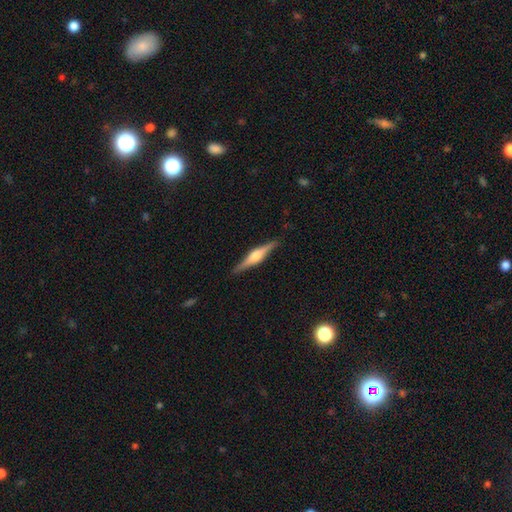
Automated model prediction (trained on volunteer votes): A featured or disk galaxy (75%) viewed edge-on (98%) with a rounded central bulge (88%). Merging: none (90%).